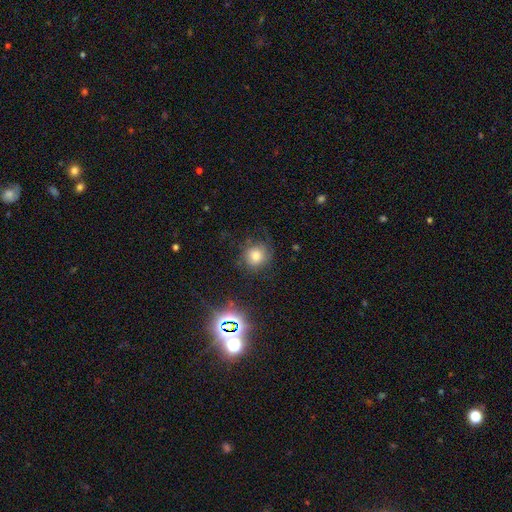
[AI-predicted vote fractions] Overall: smooth (70%). How rounded: round (86%). Merging: none (73%).